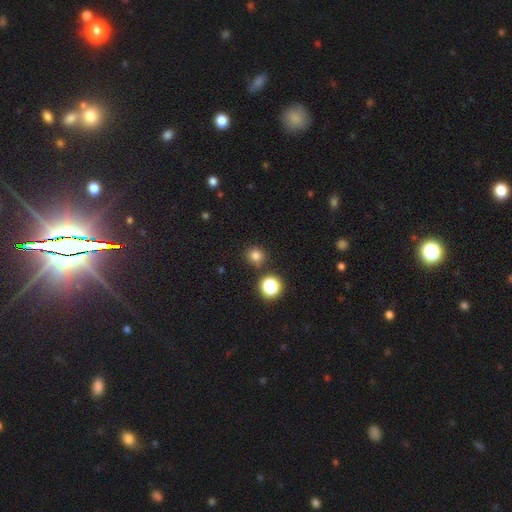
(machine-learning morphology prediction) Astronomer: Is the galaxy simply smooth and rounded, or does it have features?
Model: smooth — 77%.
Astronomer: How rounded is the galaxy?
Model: round — 91%.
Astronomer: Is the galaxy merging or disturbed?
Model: none — 85%.